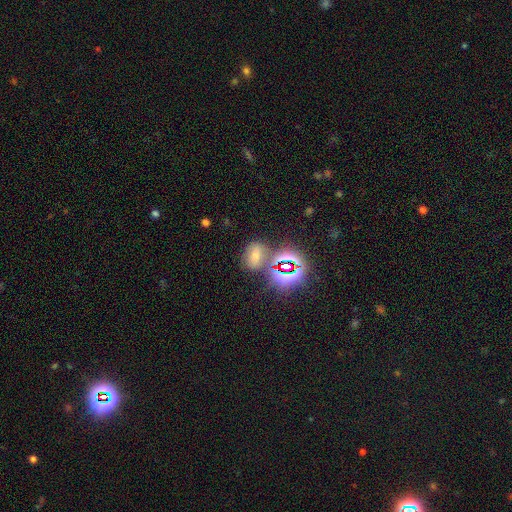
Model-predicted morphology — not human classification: The model was most divided on "smooth or featured": smooth: 47%, star or artifact: 38%, featured or disk: 15%. More confident: merging — none (63%).